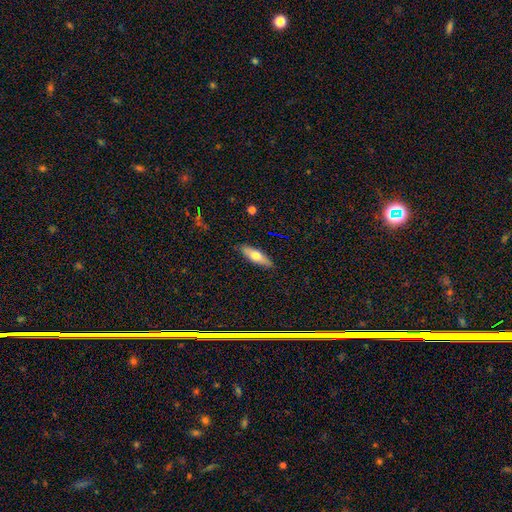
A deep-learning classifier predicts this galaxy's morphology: Q: Smooth or featured?
A: smooth (59%); runner-up: featured or disk (34%)
Q: How rounded?
A: cigar-shaped (50%); runner-up: in between (47%)
Q: Merging?
A: none (87%); runner-up: minor disturbance (10%)